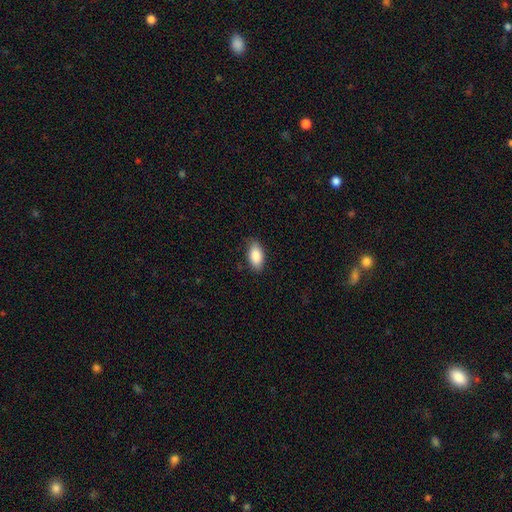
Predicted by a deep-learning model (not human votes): Morphology: type=smooth (87%); roundness=in between (92%); merging=none (82%).